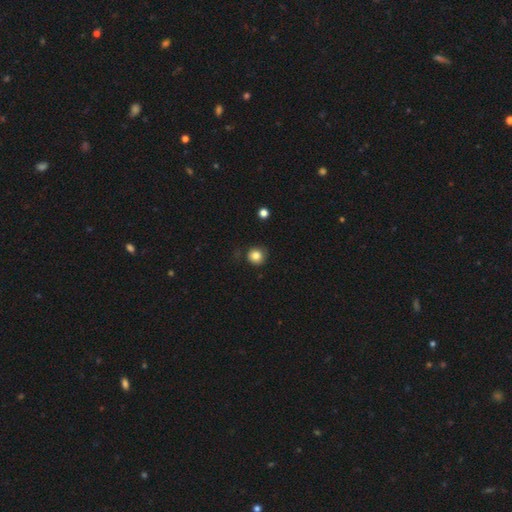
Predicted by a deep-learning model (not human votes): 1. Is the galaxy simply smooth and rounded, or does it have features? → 83% smooth, 11% star or artifact, 6% featured or disk.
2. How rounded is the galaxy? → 91% round, 8% in between, 1% cigar-shaped.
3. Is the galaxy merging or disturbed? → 81% none, 14% minor disturbance, 4% major disturbance, 2% merger.